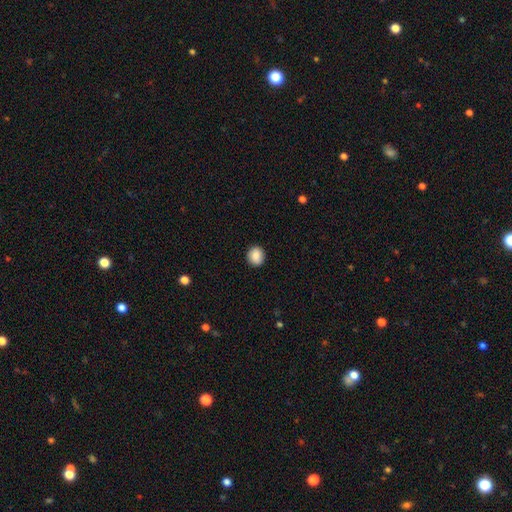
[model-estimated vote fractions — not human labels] Smooth or featured: smooth — 87% (star or artifact — 8%)
How rounded: round — 76% (in between — 23%)
Merging: none — 91% (minor disturbance — 7%)